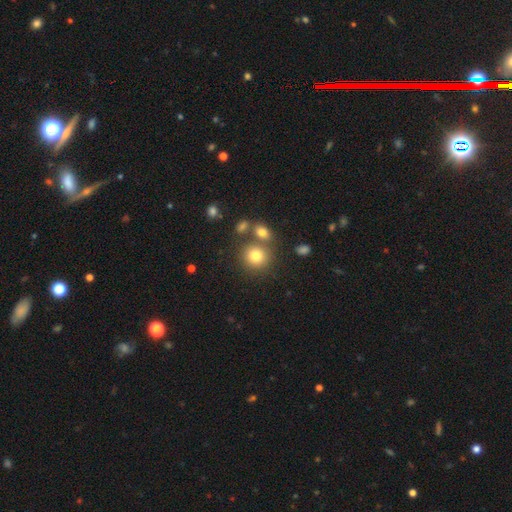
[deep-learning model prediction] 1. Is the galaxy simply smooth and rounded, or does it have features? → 79% smooth, 12% star or artifact, 9% featured or disk.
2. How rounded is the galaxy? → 85% round, 14% in between, 1% cigar-shaped.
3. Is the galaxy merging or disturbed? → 68% none, 19% merger, 9% minor disturbance, 4% major disturbance.